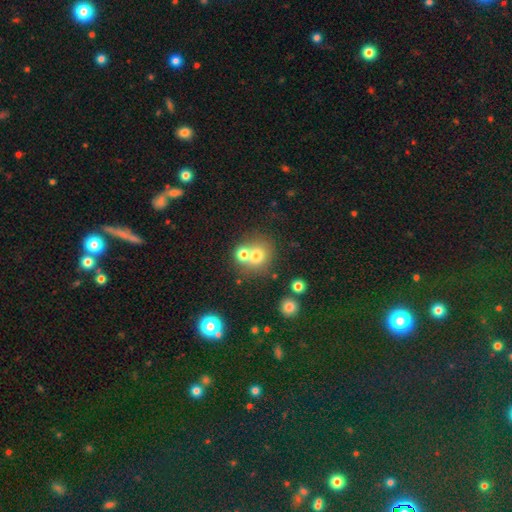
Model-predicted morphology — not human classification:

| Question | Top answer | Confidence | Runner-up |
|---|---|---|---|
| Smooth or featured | smooth | 70% | star or artifact (15%) |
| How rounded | round | 81% | in between (18%) |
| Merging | none | 49% | merger (40%) |